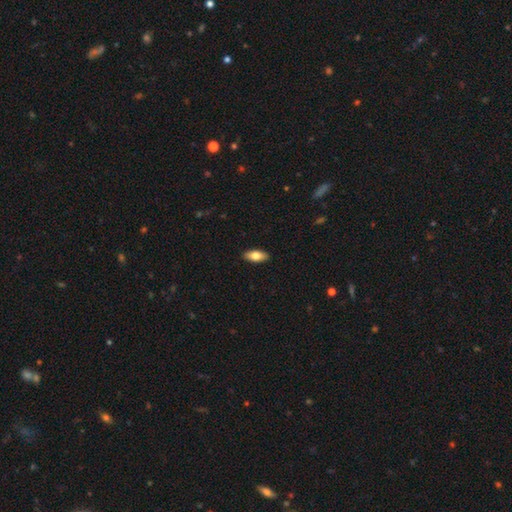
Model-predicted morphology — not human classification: smooth-or-featured: smooth: 77% | featured or disk: 17% | star or artifact: 6%
  how-rounded: in between: 86% | cigar-shaped: 12% | round: 3%
  merging: none: 90% | minor disturbance: 7% | major disturbance: 2% | merger: 1%